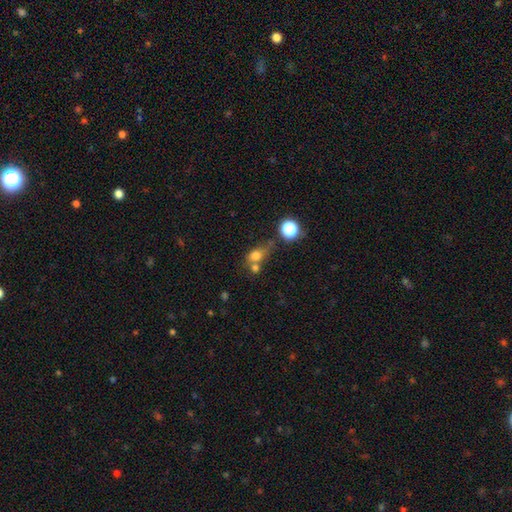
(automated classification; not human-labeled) Smooth or featured: smooth — 73% (star or artifact — 15%)
How rounded: in between — 51% (round — 46%)
Merging: merger — 39% (none — 38%)